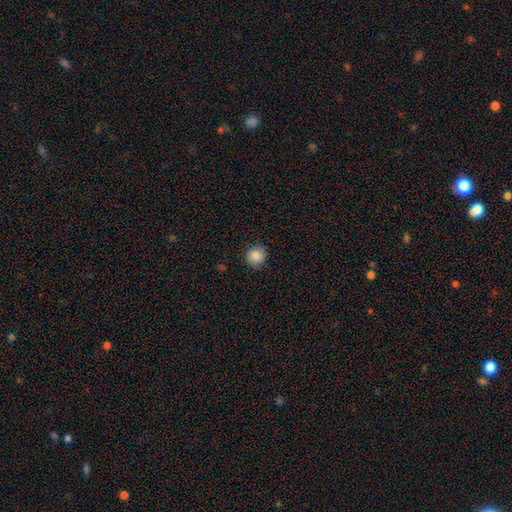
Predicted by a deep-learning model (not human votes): This is clearly a smooth galaxy (86%). How rounded: clearly round (91%). Merging: clearly none (88%).